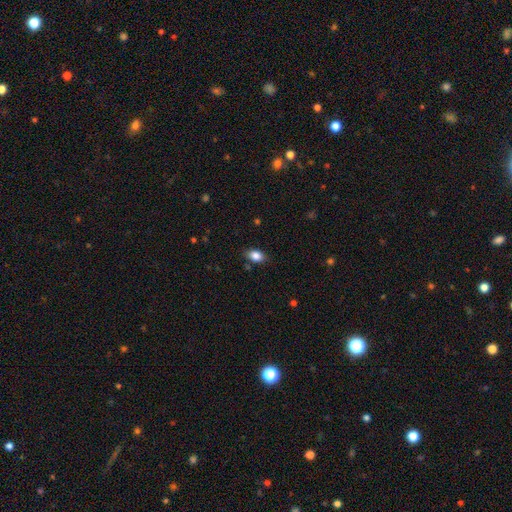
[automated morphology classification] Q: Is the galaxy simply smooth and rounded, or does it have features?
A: smooth — 84%.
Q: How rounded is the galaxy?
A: in between — 84%.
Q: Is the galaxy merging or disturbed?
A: none — 83%.